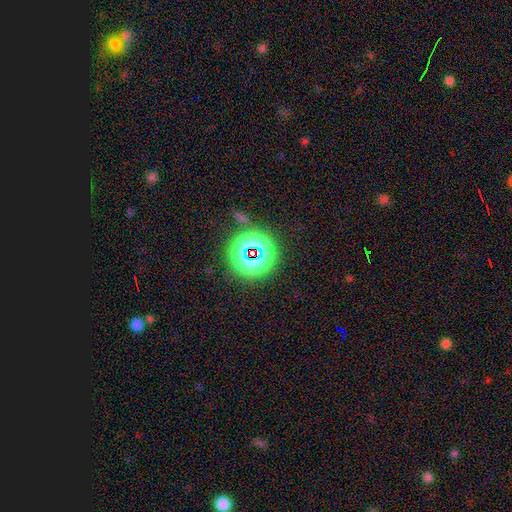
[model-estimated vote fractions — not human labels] Smooth or featured: star or artifact — 66% (smooth — 23%)